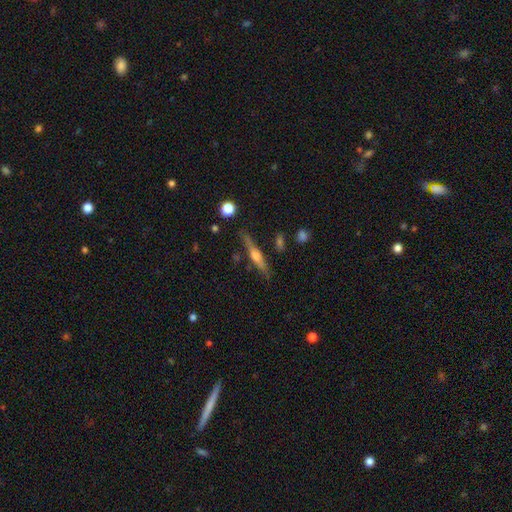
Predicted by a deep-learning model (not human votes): featured or disk 69%, smooth 24%, star or artifact 7%. Down the decision tree: edge-on disk — yes (97%); edge-on bulge — rounded (86%); merging — none (85%).